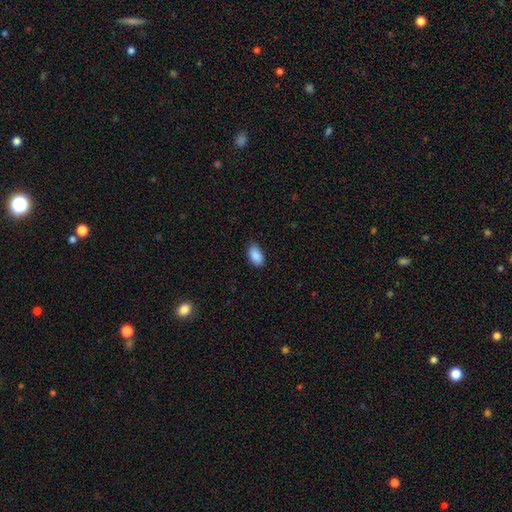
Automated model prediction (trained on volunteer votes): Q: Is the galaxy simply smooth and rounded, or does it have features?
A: smooth — 89%.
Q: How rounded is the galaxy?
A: in between — 93%.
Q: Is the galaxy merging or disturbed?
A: none — 80%.